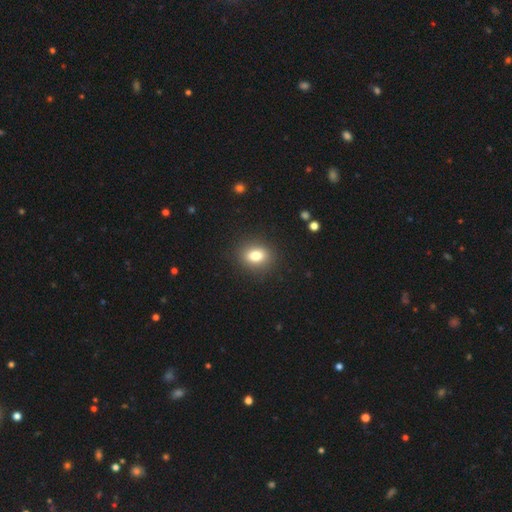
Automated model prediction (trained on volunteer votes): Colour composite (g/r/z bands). It shows a smooth galaxy with no disk features (80%) that is in between round and cigar-shaped (55%). Merging: none (89%).